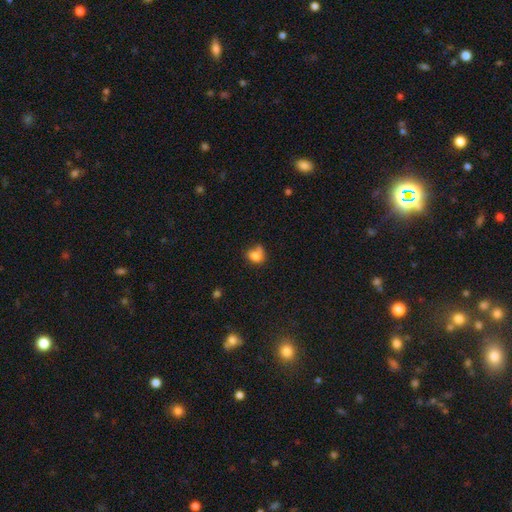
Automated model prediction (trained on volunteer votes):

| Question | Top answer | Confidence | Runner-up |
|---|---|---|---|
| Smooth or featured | smooth | 78% | featured or disk (12%) |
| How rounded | round | 54% | in between (44%) |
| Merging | none | 42% | minor disturbance (26%) |